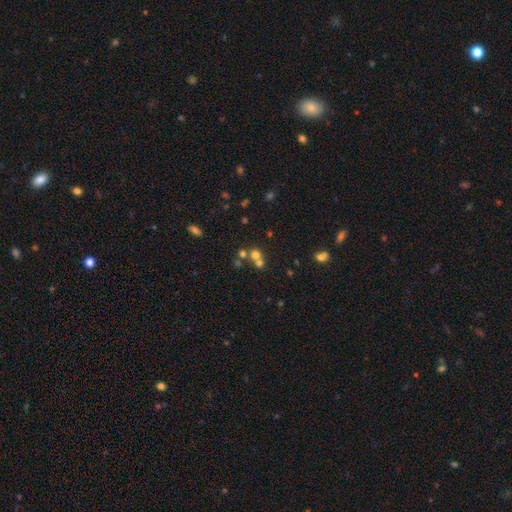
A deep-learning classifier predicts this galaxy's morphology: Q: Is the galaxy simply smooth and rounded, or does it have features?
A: smooth — 61%.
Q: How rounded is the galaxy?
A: round — 85%.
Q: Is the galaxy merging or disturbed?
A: merger — 46%.